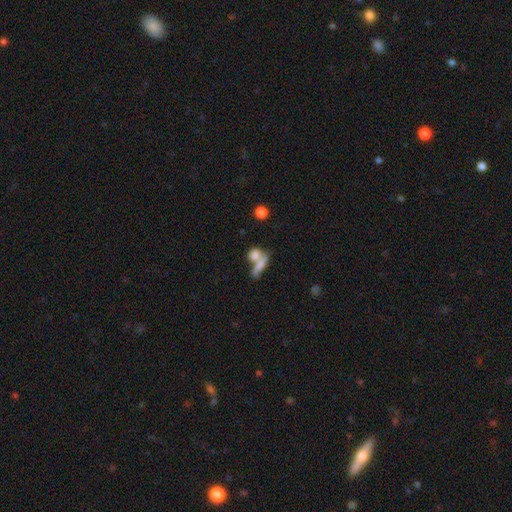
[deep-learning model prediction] smooth-or-featured: smooth: 74% | featured or disk: 16% | star or artifact: 10%
  how-rounded: in between: 52% | round: 32% | cigar-shaped: 16%
  merging: merger: 52% | none: 33% | minor disturbance: 9% | major disturbance: 6%